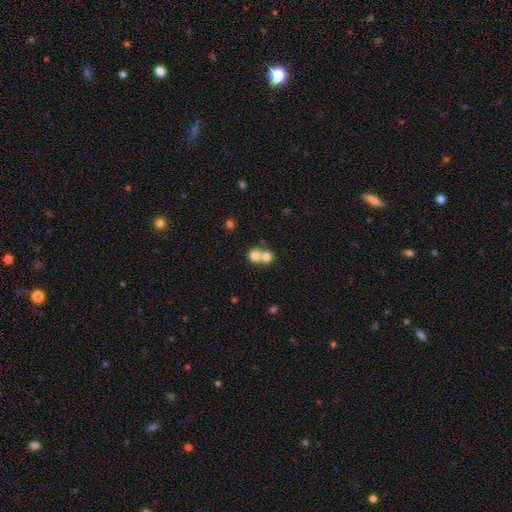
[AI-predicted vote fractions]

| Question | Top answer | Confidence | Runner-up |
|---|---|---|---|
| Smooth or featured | smooth | 76% | featured or disk (13%) |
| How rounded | round | 83% | in between (16%) |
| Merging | merger | 62% | none (32%) |